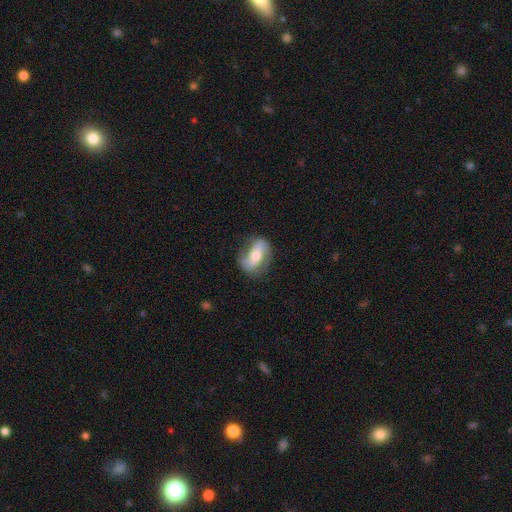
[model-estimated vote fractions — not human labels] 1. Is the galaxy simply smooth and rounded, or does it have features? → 66% featured or disk, 27% smooth, 6% star or artifact.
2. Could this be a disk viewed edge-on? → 93% no, 7% yes.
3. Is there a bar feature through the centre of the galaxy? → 36% strong, 35% no, 29% weak.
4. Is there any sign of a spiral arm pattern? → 82% yes, 18% no.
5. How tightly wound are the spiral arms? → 43% loose, 36% medium, 21% tight.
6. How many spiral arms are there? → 85% 2, 8% can't tell, 4% 1, 1% 3, 1% 4, 1% more than 4.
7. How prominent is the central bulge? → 60% moderate, 32% small, 5% large, 1% none, 1% dominant.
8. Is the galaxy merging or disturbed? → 74% none, 18% minor disturbance, 7% major disturbance, 1% merger.